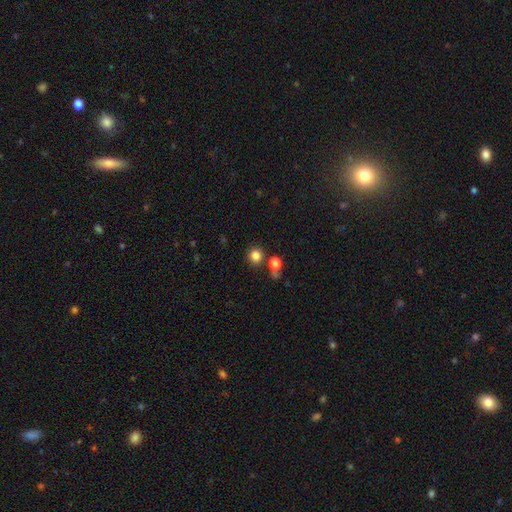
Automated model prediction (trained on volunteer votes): Overall: smooth (82%). How rounded: round (89%). Merging: none (79%).